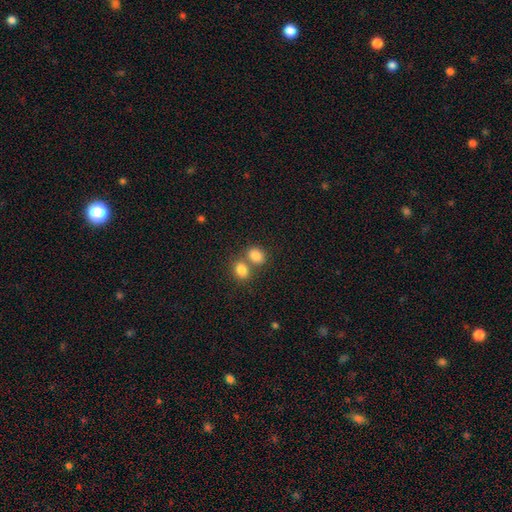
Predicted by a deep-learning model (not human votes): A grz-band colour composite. It shows a smooth galaxy with no disk features (84%) that is in between round and cigar-shaped (64%). Merging: merger (47%).